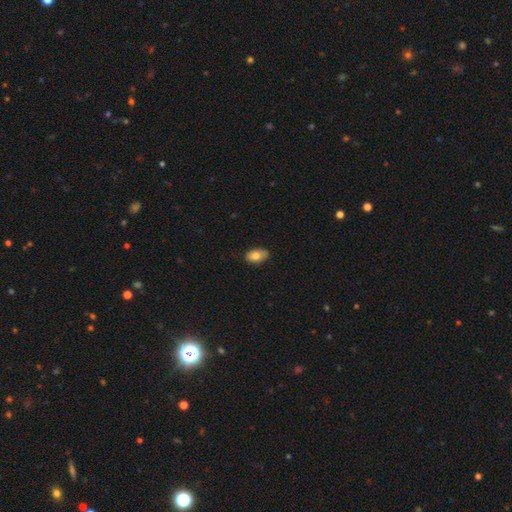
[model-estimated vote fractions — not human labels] Q: Smooth or featured?
A: smooth (79%); runner-up: featured or disk (14%)
Q: How rounded?
A: in between (92%); runner-up: round (6%)
Q: Merging?
A: none (81%); runner-up: minor disturbance (16%)